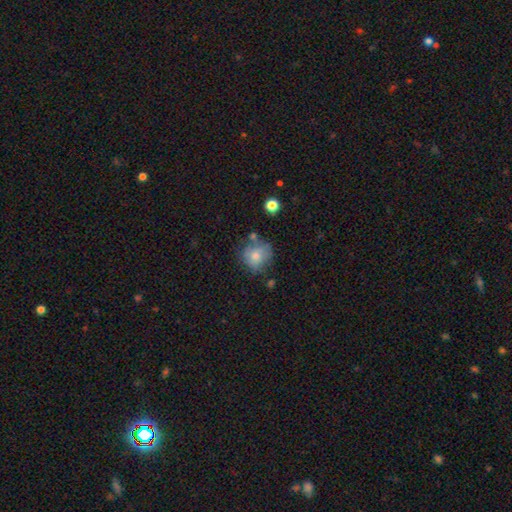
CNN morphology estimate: Smooth or featured?
  - smooth: 71% *
  - featured or disk: 20%
  - star or artifact: 9%
How rounded?
  - round: 80% *
  - in between: 19%
  - cigar-shaped: 1%
Merging?
  - none: 57% *
  - minor disturbance: 24%
  - merger: 9%
  - major disturbance: 9%